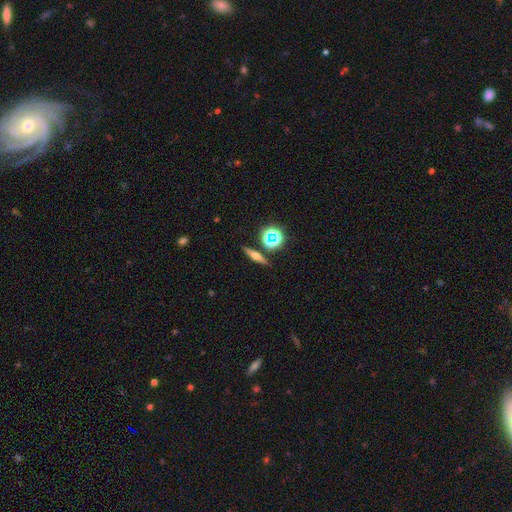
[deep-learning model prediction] This appears to be a featured or disk galaxy (47%). Merging: none (83%).